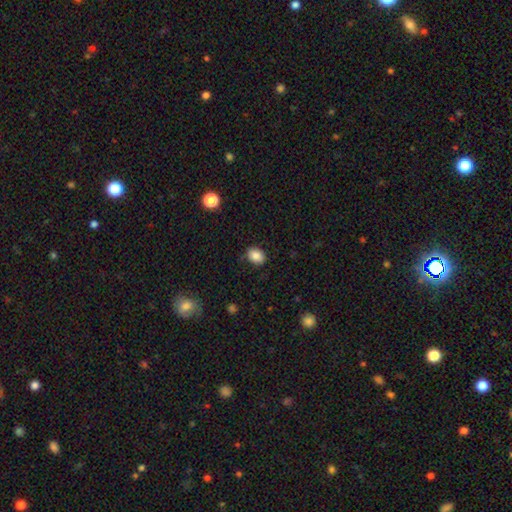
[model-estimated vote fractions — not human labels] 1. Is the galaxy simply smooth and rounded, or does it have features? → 85% smooth, 9% star or artifact, 6% featured or disk.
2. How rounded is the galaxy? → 68% in between, 31% round, 1% cigar-shaped.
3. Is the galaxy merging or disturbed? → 84% none, 12% minor disturbance, 3% major disturbance, 1% merger.